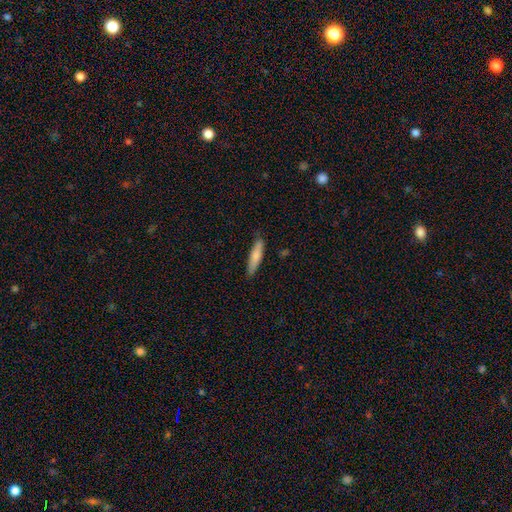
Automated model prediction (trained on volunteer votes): Smooth or featured? smooth (76%)
How rounded? cigar-shaped (79%)
Merging? none (83%)